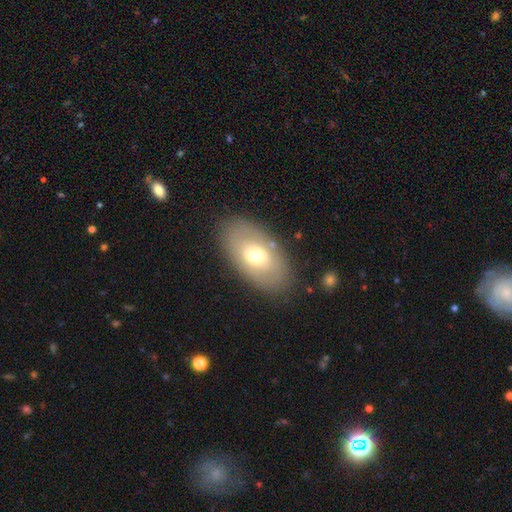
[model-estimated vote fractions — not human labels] This is possibly a smooth galaxy (59%). How rounded: clearly in between (90%). Merging: clearly none (82%).